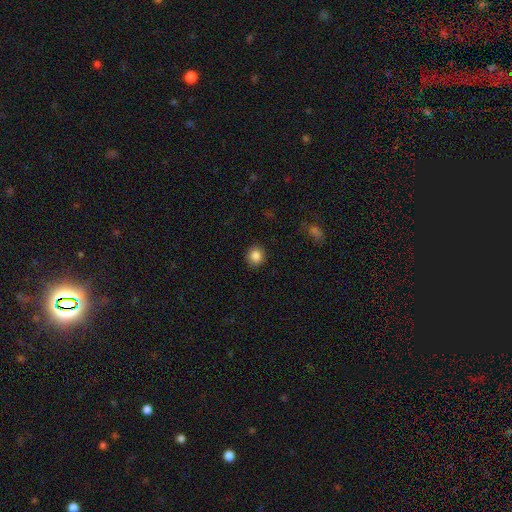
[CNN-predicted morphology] smooth-or-featured: smooth: 86% | star or artifact: 10% | featured or disk: 5%
  how-rounded: round: 82% | in between: 17% | cigar-shaped: 1%
  merging: none: 90% | minor disturbance: 7% | major disturbance: 2% | merger: 1%